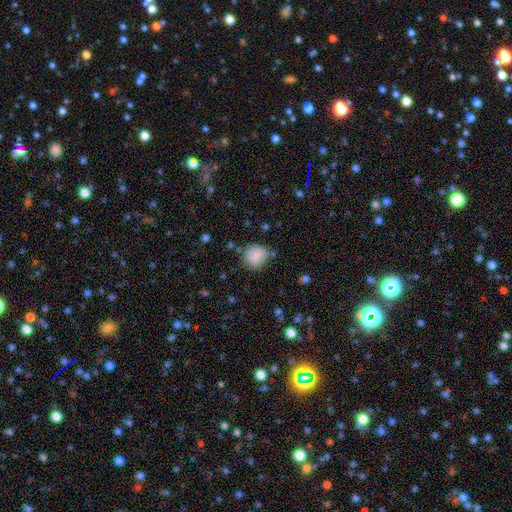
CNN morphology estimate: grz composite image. It shows a smooth galaxy with no disk features (84%) that is round (84%). Merging: none (76%).